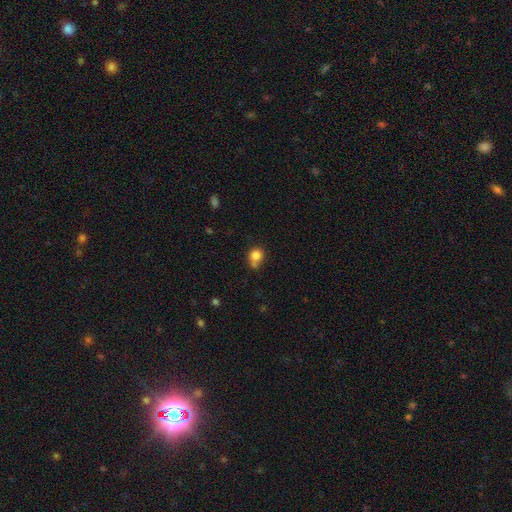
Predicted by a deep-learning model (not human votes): smooth-or-featured: smooth: 81% | star or artifact: 11% | featured or disk: 8%
  how-rounded: round: 80% | in between: 19% | cigar-shaped: 1%
  merging: none: 50% | minor disturbance: 23% | merger: 19% | major disturbance: 8%